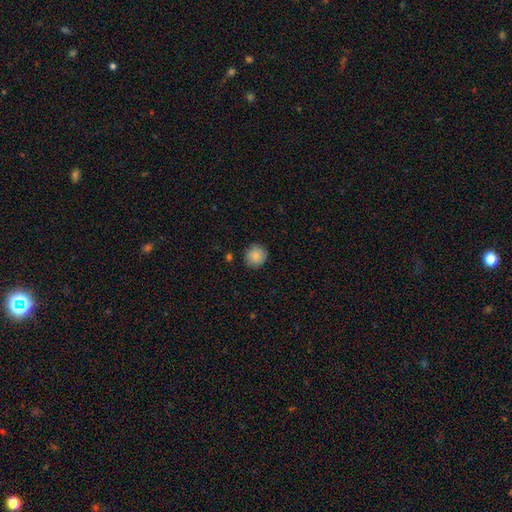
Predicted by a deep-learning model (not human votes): Smooth or featured?
  - smooth: 85% *
  - star or artifact: 8%
  - featured or disk: 8%
How rounded?
  - round: 90% *
  - in between: 9%
  - cigar-shaped: 1%
Merging?
  - none: 87% *
  - minor disturbance: 10%
  - major disturbance: 2%
  - merger: 1%